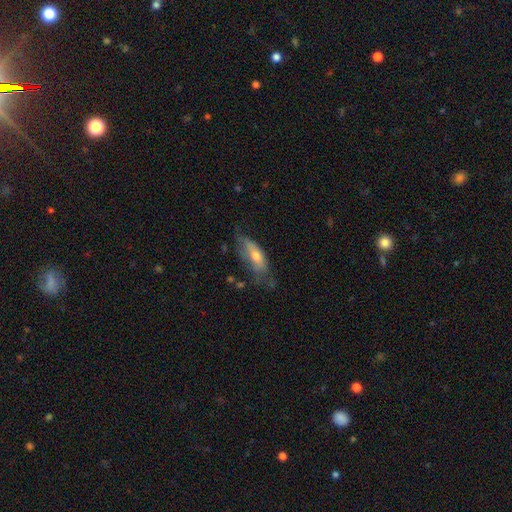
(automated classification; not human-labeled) This appears to be a smooth galaxy with no disk features (58%) that is in between round and cigar-shaped (65%). Merging: none (45%).